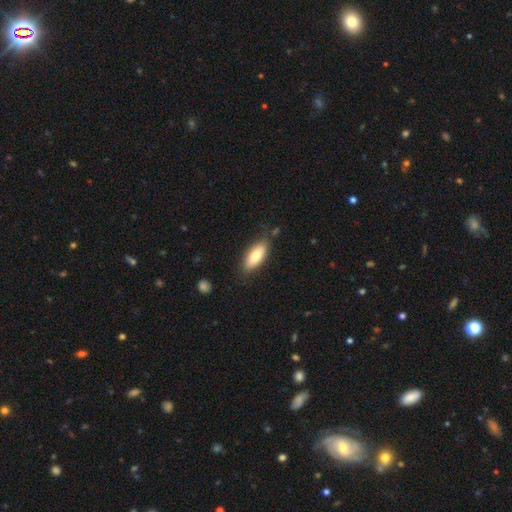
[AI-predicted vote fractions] Smooth or featured?
  - smooth: 78% *
  - featured or disk: 16%
  - star or artifact: 6%
How rounded?
  - in between: 79% *
  - cigar-shaped: 19%
  - round: 2%
Merging?
  - none: 79% *
  - minor disturbance: 15%
  - major disturbance: 3%
  - merger: 2%